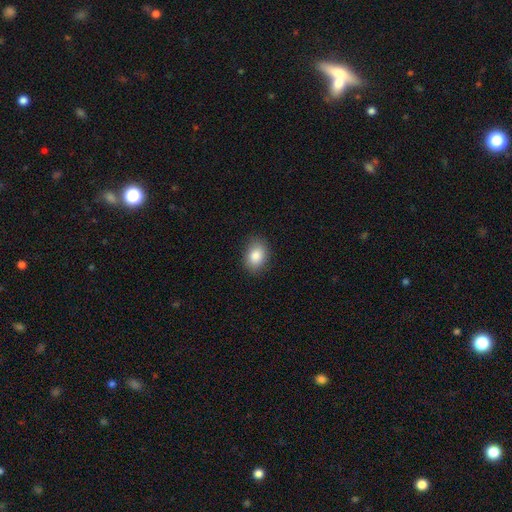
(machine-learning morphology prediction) type=smooth (86%); roundness=in between (78%); merging=none (86%).